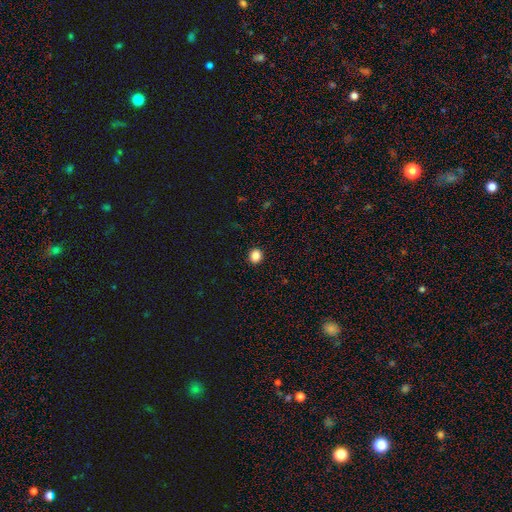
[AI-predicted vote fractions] Smooth or featured? smooth (86%)
How rounded? round (84%)
Merging? none (92%)